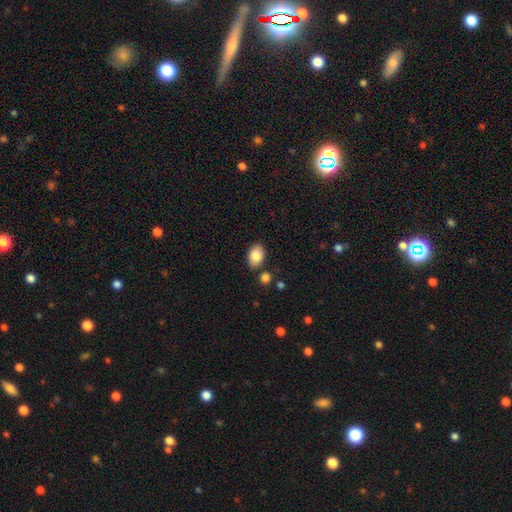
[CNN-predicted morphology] type=smooth (85%); roundness=in between (82%); merging=none (80%).